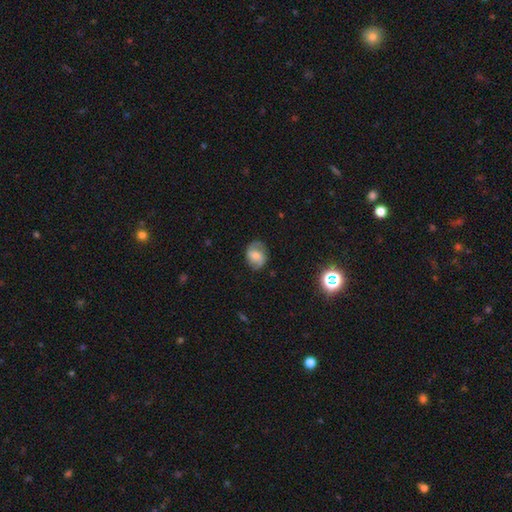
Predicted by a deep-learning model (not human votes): Smooth or featured? Predicted: smooth (p=0.46). Merging? Predicted: none (p=0.72).